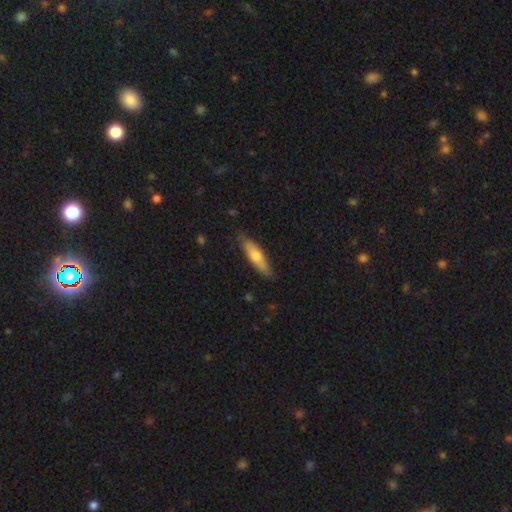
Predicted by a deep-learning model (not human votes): A smooth galaxy with no disk features (64%) that is cigar-shaped (66%). Merging: none (84%).